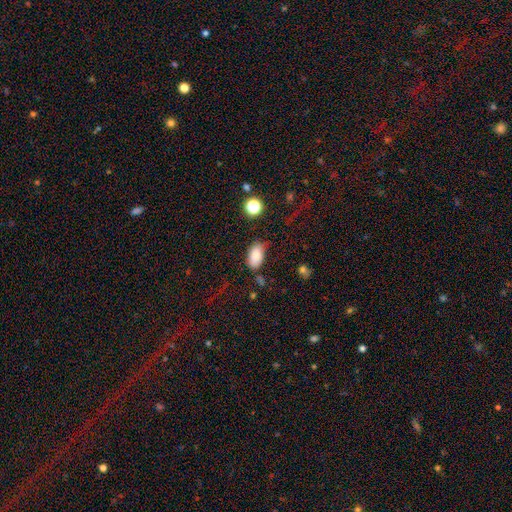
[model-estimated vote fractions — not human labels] A smooth galaxy with no disk features (84%) that is in between round and cigar-shaped (93%).

Vote fractions:
- Smooth or featured? smooth: 84% / star or artifact: 9% / featured or disk: 7%
- How rounded? in between: 93% / round: 5% / cigar-shaped: 2%
- Merging? none: 67% / minor disturbance: 23% / major disturbance: 7% / merger: 4%